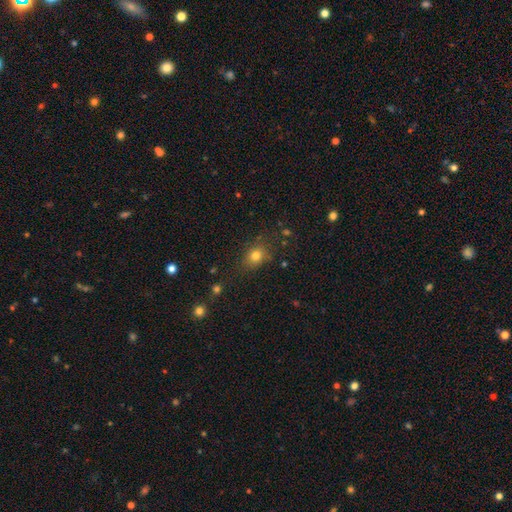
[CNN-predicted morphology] smooth-or-featured: smooth: 78% | star or artifact: 14% | featured or disk: 8%
  how-rounded: round: 49% (tied) | in between: 49% (tied) | cigar-shaped: 1%
  merging: none: 76% | minor disturbance: 15% | major disturbance: 5% | merger: 3%